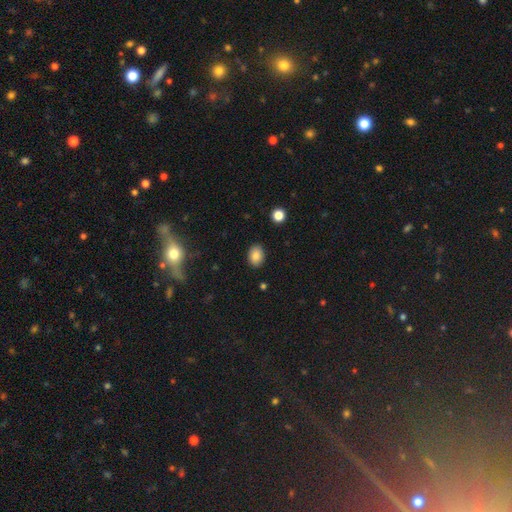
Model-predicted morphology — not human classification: Smooth or featured: smooth — 83% (star or artifact — 10%)
How rounded: in between — 73% (round — 26%)
Merging: none — 87% (minor disturbance — 9%)